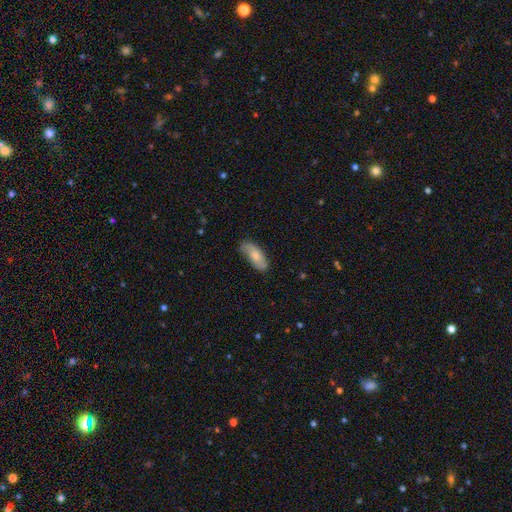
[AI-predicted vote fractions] A smooth galaxy with no disk features (66%) that is in between round and cigar-shaped (82%).

Vote fractions:
- Smooth or featured? smooth: 66% / featured or disk: 28% / star or artifact: 6%
- How rounded? in between: 82% / cigar-shaped: 16% / round: 2%
- Merging? none: 69% / minor disturbance: 25% / major disturbance: 5% / merger: 2%